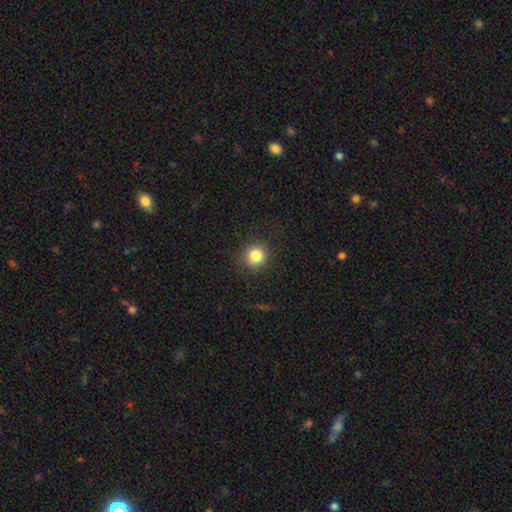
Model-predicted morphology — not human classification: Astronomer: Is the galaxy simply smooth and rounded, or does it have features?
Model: smooth — 83%.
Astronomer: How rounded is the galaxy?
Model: round — 92%.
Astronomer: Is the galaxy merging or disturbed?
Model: none — 88%.